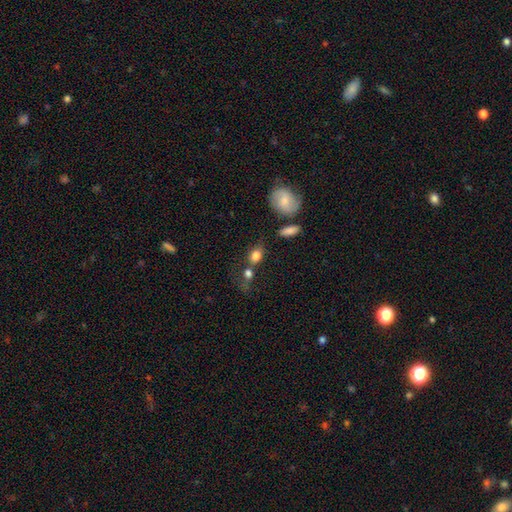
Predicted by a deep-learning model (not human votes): The model was most divided on "merging": none: 51%, merger: 25%, minor disturbance: 16%, major disturbance: 8%. More confident: smooth or featured — smooth (81%); how rounded — in between (71%).